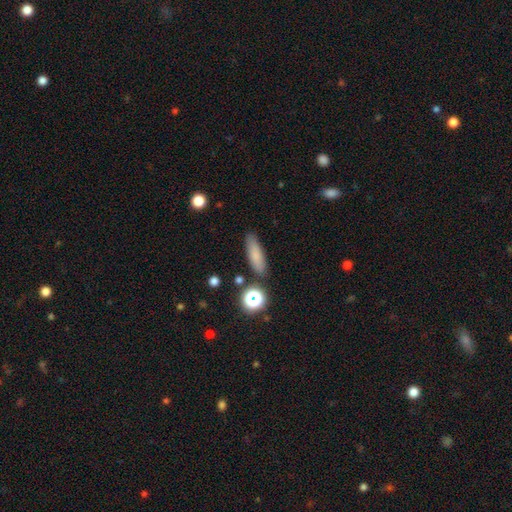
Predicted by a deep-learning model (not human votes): This is likely a smooth galaxy (79%). How rounded: possibly cigar-shaped (56%). Merging: clearly none (83%).